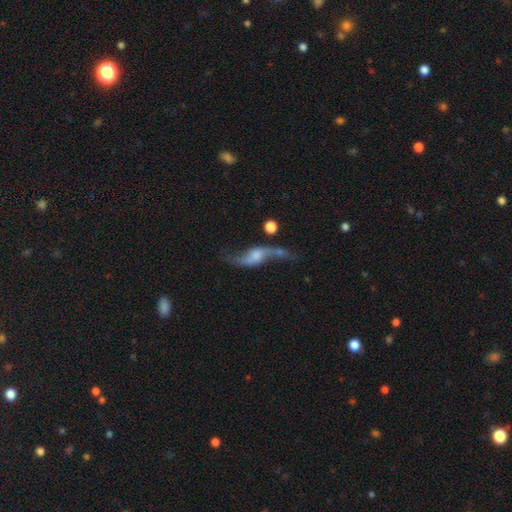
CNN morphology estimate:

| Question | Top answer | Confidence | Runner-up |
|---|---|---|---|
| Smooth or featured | featured or disk | 78% | smooth (15%) |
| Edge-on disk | no | 89% | yes (11%) |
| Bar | no | 55% | weak (35%) |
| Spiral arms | yes | 91% | no (9%) |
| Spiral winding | loose | 92% | medium (6%) |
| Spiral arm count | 2 | 91% | 1 (4%) |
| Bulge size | moderate | 34% | small (31%) |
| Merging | none | 48% | merger (19%) |